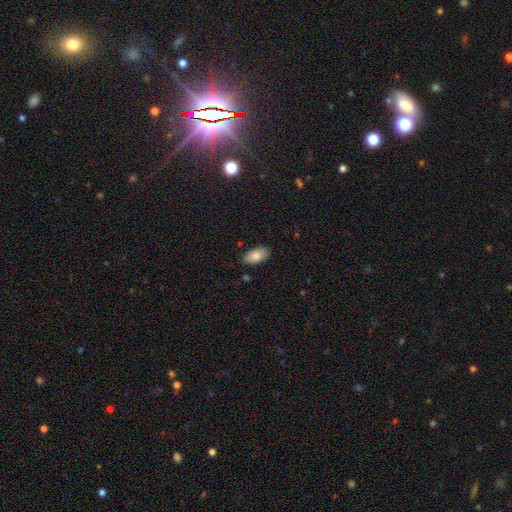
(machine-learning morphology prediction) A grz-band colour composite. It shows a smooth galaxy with no disk features (83%) that is in between round and cigar-shaped (94%). Merging: none (84%).